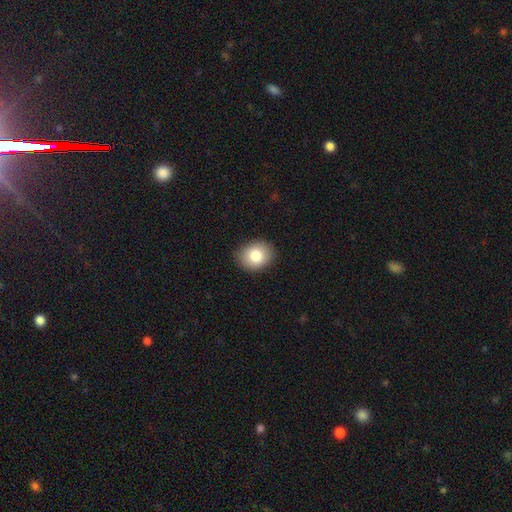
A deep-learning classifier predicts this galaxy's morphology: Smooth or featured: smooth — 83% (featured or disk — 9%)
How rounded: round — 52% (in between — 47%)
Merging: none — 88% (minor disturbance — 9%)